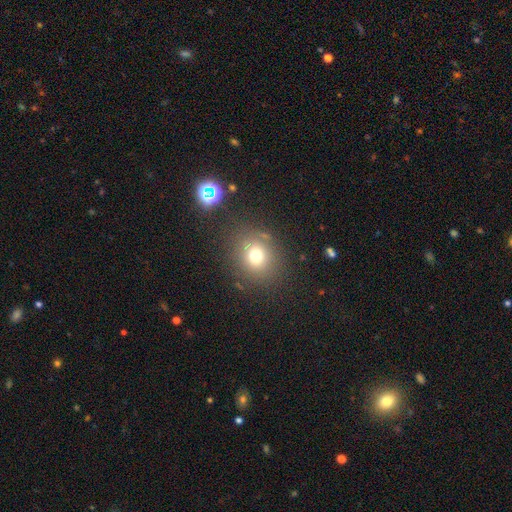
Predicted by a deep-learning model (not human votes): Smooth or featured? smooth (72%)
How rounded? round (78%)
Merging? none (80%)